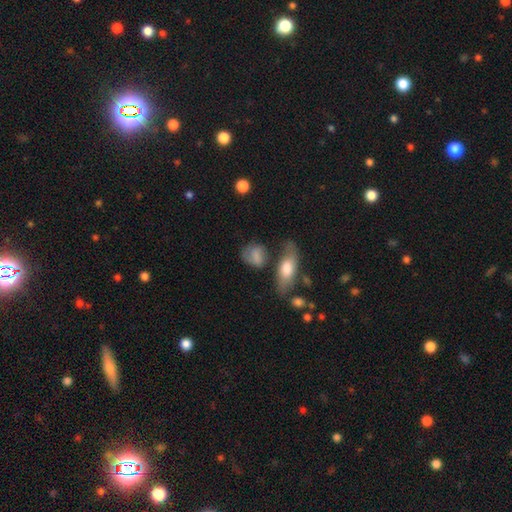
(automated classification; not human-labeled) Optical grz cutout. It shows a smooth galaxy with no disk features (74%) that is round (50%). Merging: none (55%).